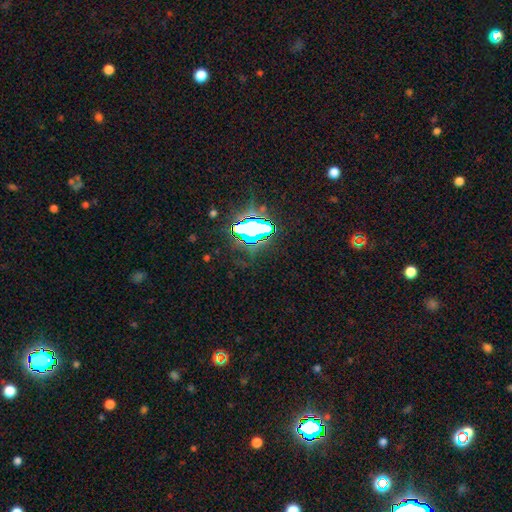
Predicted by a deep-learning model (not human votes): This is clearly a star or artifact rather than a galaxy (82%).